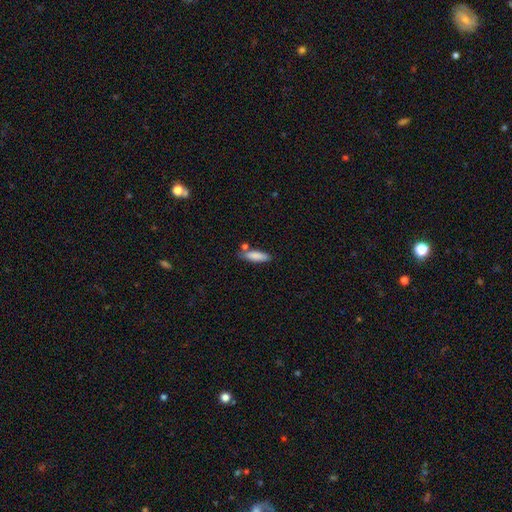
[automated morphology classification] Q: Smooth or featured?
A: smooth (85%); runner-up: featured or disk (9%)
Q: How rounded?
A: in between (49%); tied with: cigar-shaped (49%)
Q: Merging?
A: none (68%); runner-up: minor disturbance (16%)